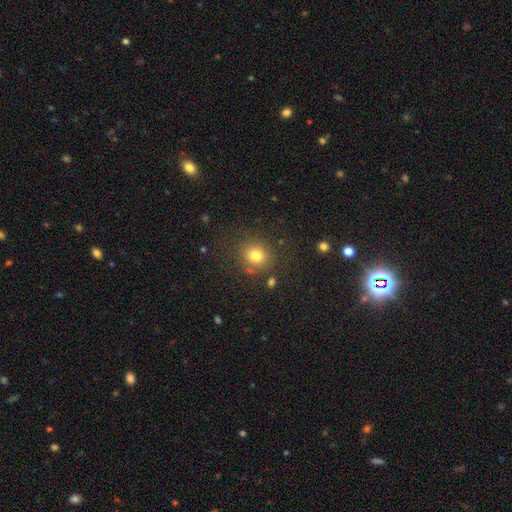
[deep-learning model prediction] Smooth or featured: smooth — 79% (star or artifact — 13%)
How rounded: round — 84% (in between — 15%)
Merging: none — 81% (minor disturbance — 10%)